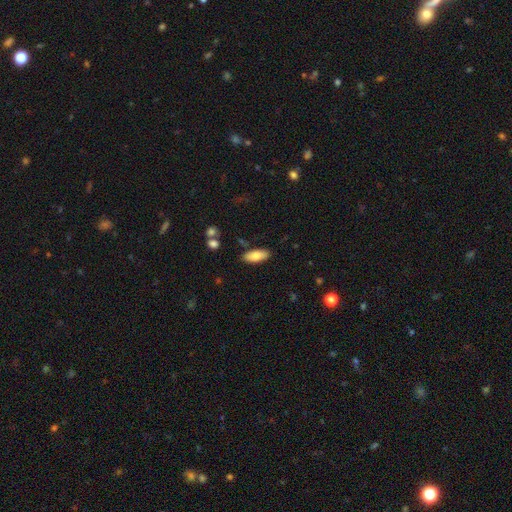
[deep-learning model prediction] A smooth galaxy with no disk features (79%) that is in between round and cigar-shaped (80%). Merging: none (85%).